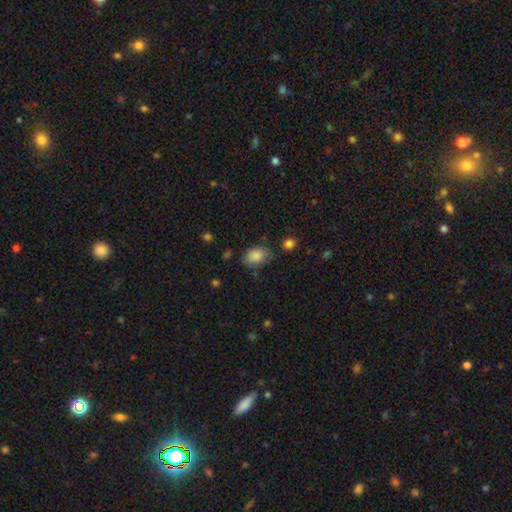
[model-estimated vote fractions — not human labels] Smooth or featured: smooth — 84% (star or artifact — 8%)
How rounded: in between — 79% (round — 20%)
Merging: none — 66% (minor disturbance — 25%)